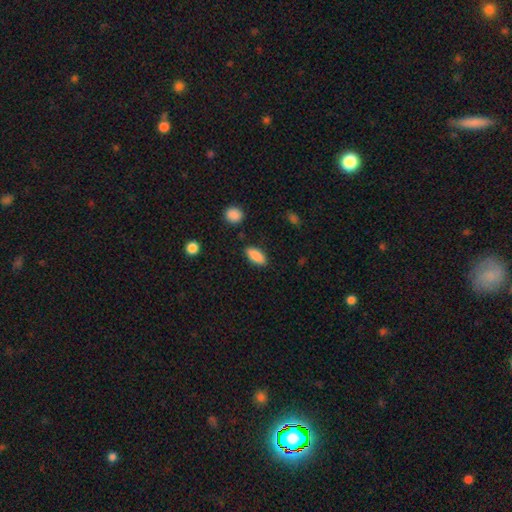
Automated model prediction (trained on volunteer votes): This is clearly a smooth galaxy (88%). How rounded: clearly in between (86%). Merging: clearly none (86%).